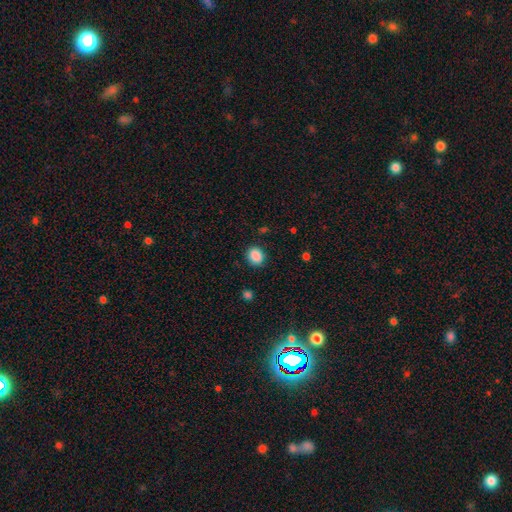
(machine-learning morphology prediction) smooth-or-featured: smooth: 88% | star or artifact: 9% | featured or disk: 3%
  how-rounded: round: 65% | in between: 34% | cigar-shaped: 1%
  merging: none: 86% | minor disturbance: 10% | major disturbance: 3% | merger: 1%